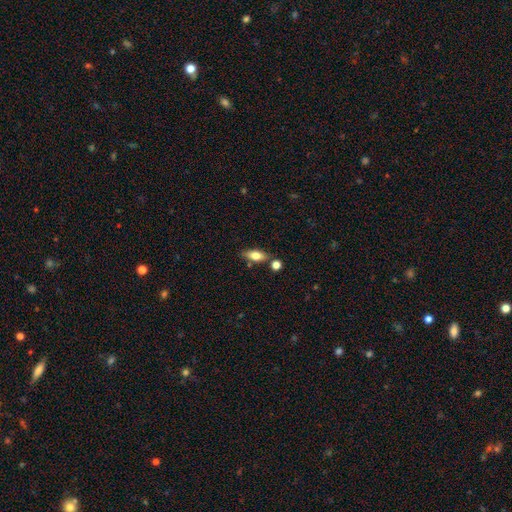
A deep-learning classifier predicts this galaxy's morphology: Smooth or featured: smooth — 73% (featured or disk — 20%)
How rounded: in between — 78% (cigar-shaped — 18%)
Merging: none — 74% (minor disturbance — 14%)